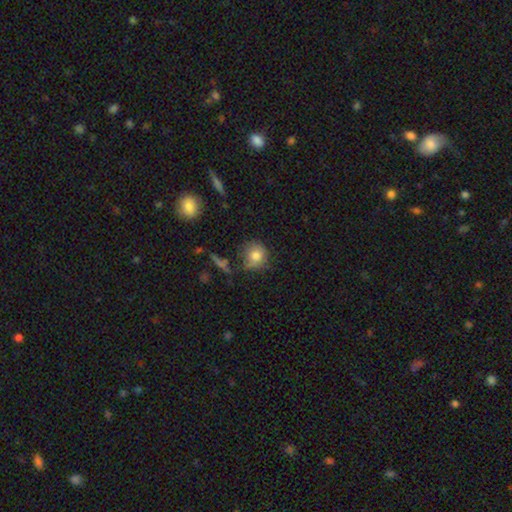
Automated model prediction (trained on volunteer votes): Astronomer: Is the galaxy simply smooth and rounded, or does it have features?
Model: smooth — 78%.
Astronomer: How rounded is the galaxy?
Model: round — 85%.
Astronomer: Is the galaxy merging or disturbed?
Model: none — 63%.